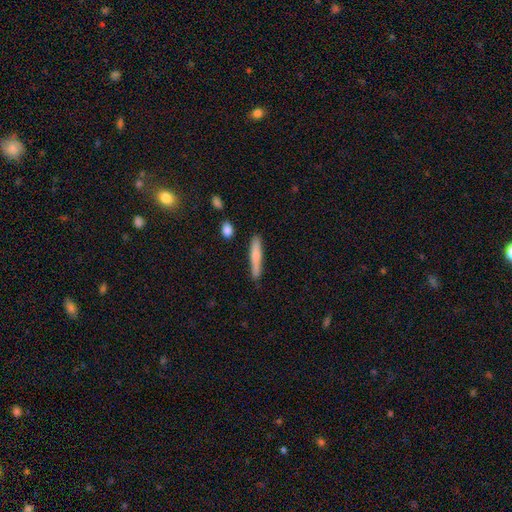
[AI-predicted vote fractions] Smooth or featured? Predicted: smooth (p=0.68). How rounded? Predicted: cigar-shaped (p=0.92). Merging? Predicted: none (p=0.83).